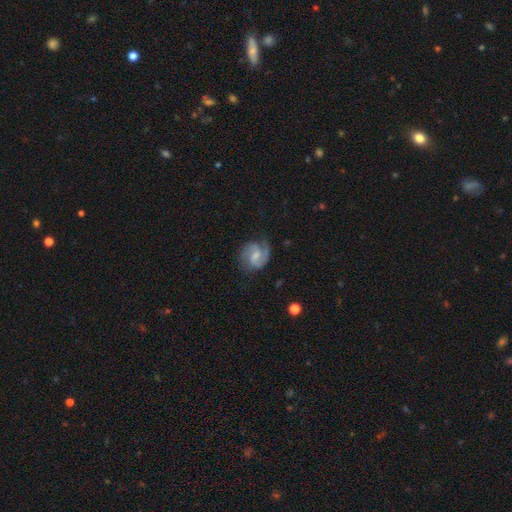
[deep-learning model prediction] The model was most divided on "bulge size": small: 43%, moderate: 38%, none: 15%, large: 3%, dominant: 1%. More confident: edge-on disk — no (98%); spiral arms — yes (96%); spiral arm count — 2 (83%); smooth or featured — featured or disk (80%); merging — none (71%); bar — weak (55%); spiral winding — medium (52%).